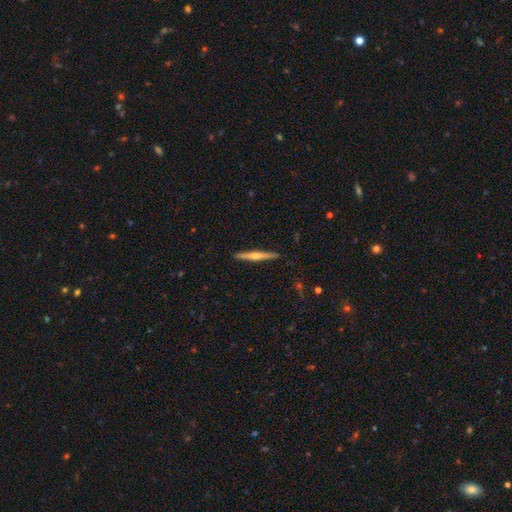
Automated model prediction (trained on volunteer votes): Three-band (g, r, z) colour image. It shows a featured or disk galaxy (56%) viewed edge-on (98%) with a rounded central bulge (75%). Merging: none (92%).